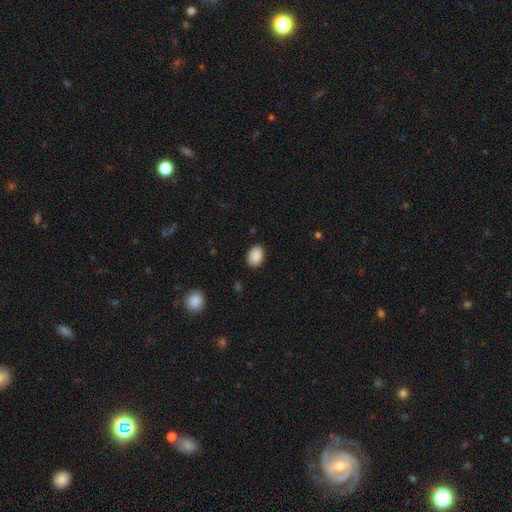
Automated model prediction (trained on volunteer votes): A smooth galaxy with no disk features (90%) that is in between round and cigar-shaped (86%).

Vote fractions:
- Smooth or featured? smooth: 90% / star or artifact: 7% / featured or disk: 3%
- How rounded? in between: 86% / round: 13% / cigar-shaped: 1%
- Merging? none: 86% / minor disturbance: 11% / major disturbance: 2% / merger: 1%